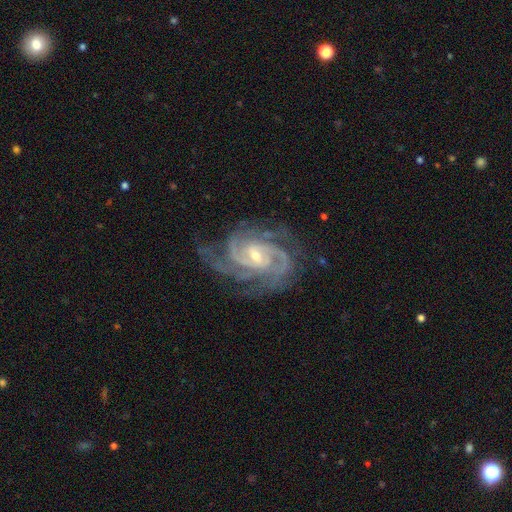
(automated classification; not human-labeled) Q: Smooth or featured?
A: featured or disk (93%); runner-up: star or artifact (4%)
Q: Edge-on disk?
A: no (98%); runner-up: yes (2%)
Q: Bar?
A: no (44%); runner-up: weak (41%)
Q: Spiral arms?
A: yes (99%); runner-up: no (1%)
Q: Spiral winding?
A: tight (63%); runner-up: medium (33%)
Q: Spiral arm count?
A: 3 (38%); runner-up: 2 (21%)
Q: Bulge size?
A: small (61%); runner-up: moderate (36%)
Q: Merging?
A: none (73%); runner-up: minor disturbance (18%)